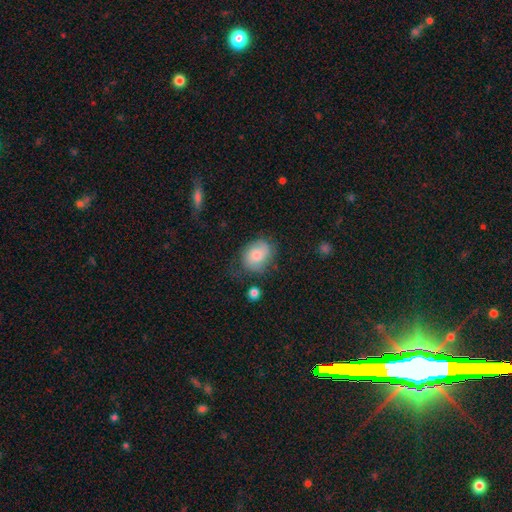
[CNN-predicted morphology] Smooth or featured?
  - smooth: 70% *
  - featured or disk: 22%
  - star or artifact: 8%
How rounded?
  - in between: 55% *
  - round: 44%
  - cigar-shaped: 1%
Merging?
  - none: 58% *
  - minor disturbance: 27%
  - major disturbance: 12%
  - merger: 3%